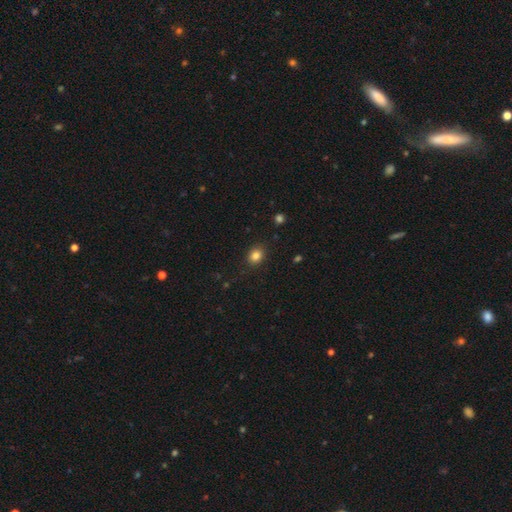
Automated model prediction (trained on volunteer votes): A smooth galaxy with no disk features (84%) that is round (55%). Merging: none (87%).